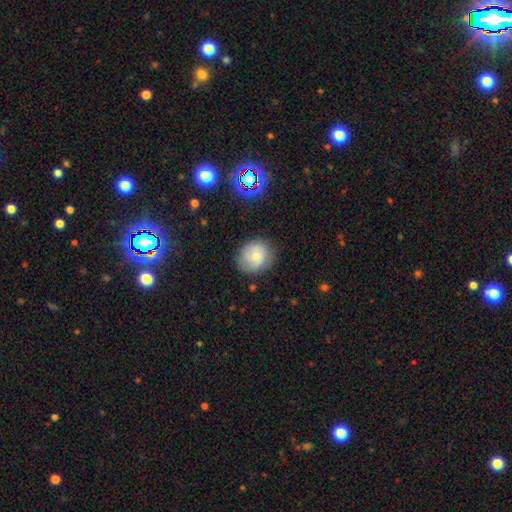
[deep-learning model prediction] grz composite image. It shows a smooth galaxy with no disk features (65%) that is round (77%). Merging: none (77%).